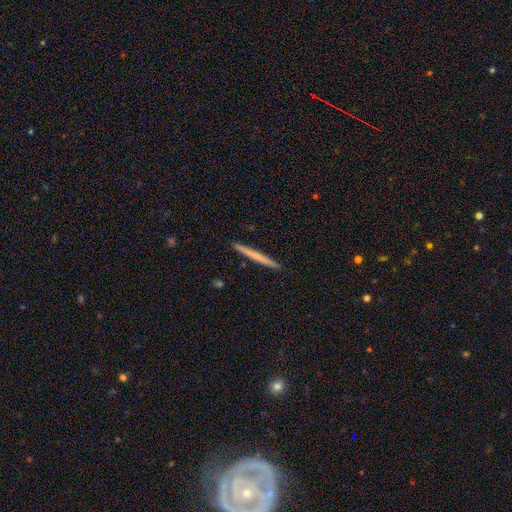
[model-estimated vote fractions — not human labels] Smooth or featured? smooth (58%)
How rounded? cigar-shaped (97%)
Merging? none (93%)